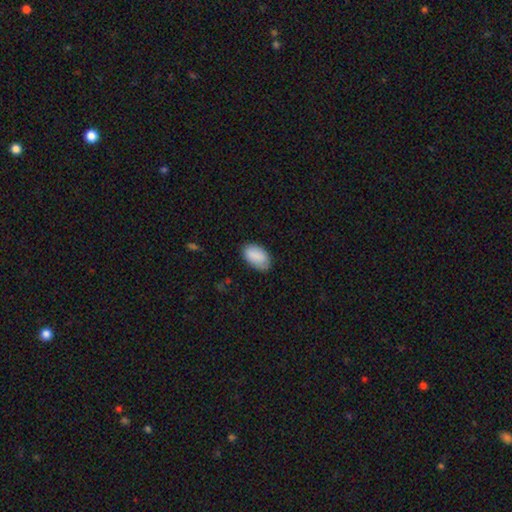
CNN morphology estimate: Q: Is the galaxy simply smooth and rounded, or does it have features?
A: smooth — 89%.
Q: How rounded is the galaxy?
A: in between — 93%.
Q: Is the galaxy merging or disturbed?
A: none — 79%.